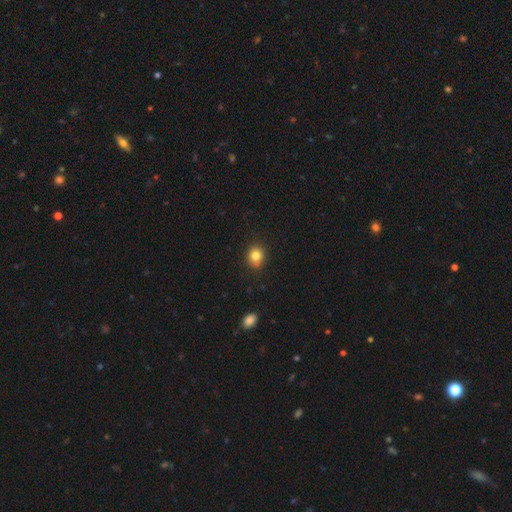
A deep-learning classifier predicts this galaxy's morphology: This appears to be a smooth galaxy with no disk features (82%) that is round (66%). Merging: none (83%).